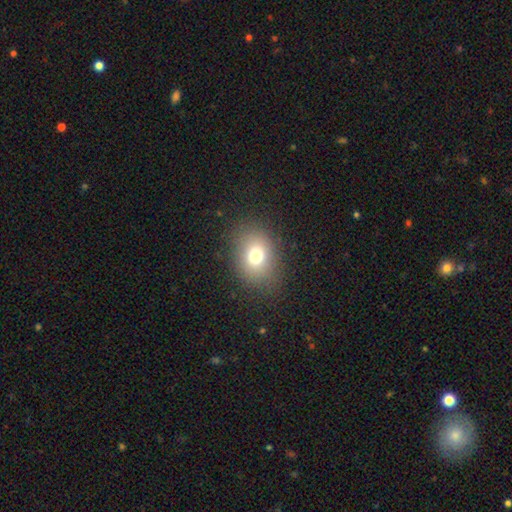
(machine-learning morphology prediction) A smooth galaxy with no disk features (74%) that is in between round and cigar-shaped (53%). Merging: none (84%).